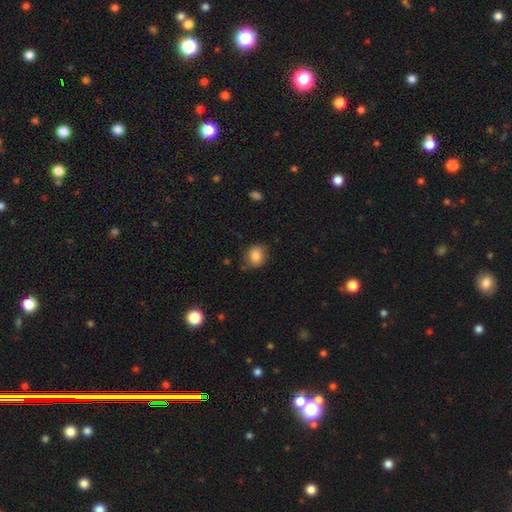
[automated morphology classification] This is clearly a smooth galaxy (84%). How rounded: possibly round (55%). Merging: likely none (76%).